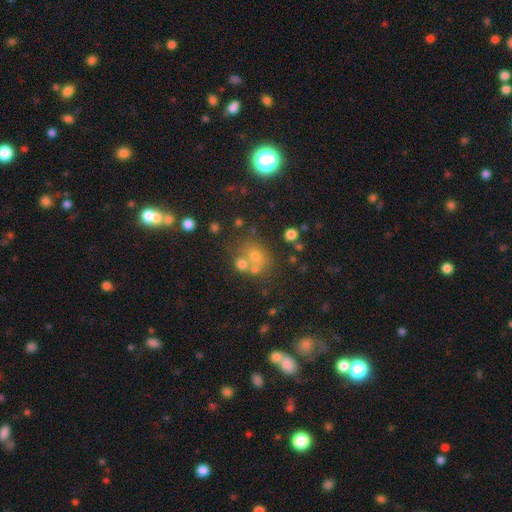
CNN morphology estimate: smooth_or_featured: smooth (p=0.56) [alt: star or artifact p=0.26]
how_rounded: round (p=0.69) [alt: in between p=0.30]
merging: none (p=0.49) [alt: merger p=0.35]